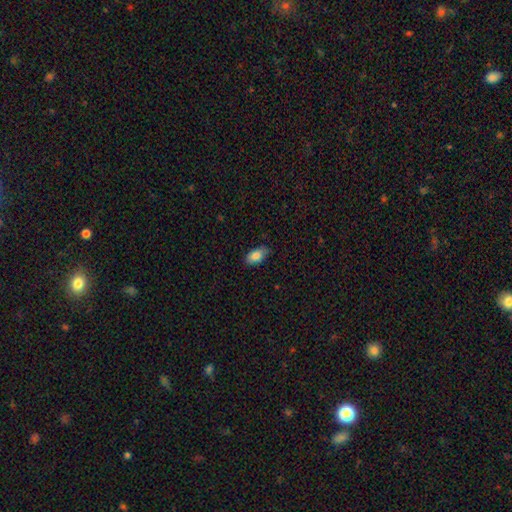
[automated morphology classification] A smooth galaxy with no disk features (84%) that is in between round and cigar-shaped (92%). Merging: none (80%).